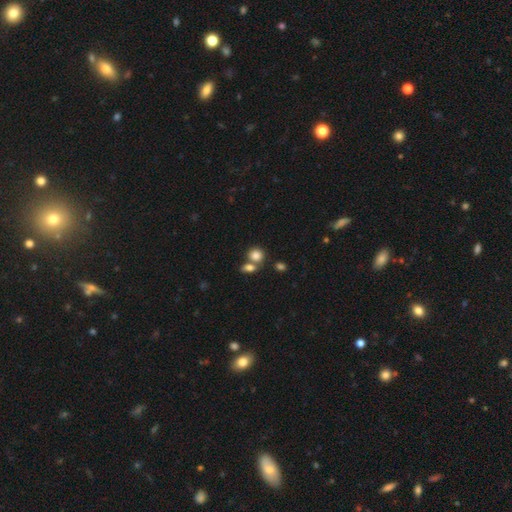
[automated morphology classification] Q: Smooth or featured?
A: smooth (82%); runner-up: star or artifact (10%)
Q: How rounded?
A: round (67%); runner-up: in between (31%)
Q: Merging?
A: none (48%); runner-up: merger (39%)